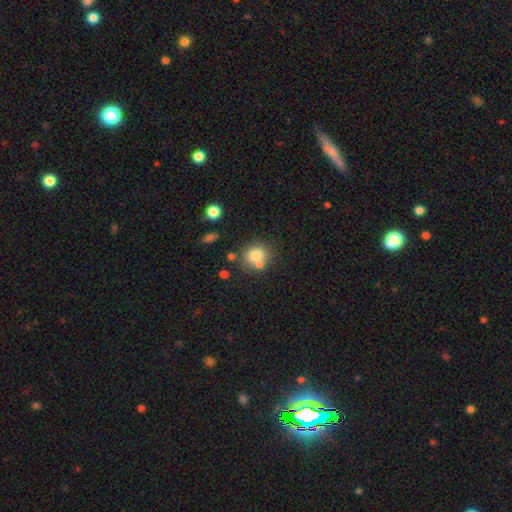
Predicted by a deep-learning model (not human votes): Smooth or featured: smooth — 76% (featured or disk — 13%)
How rounded: round — 78% (in between — 21%)
Merging: none — 60% (merger — 26%)